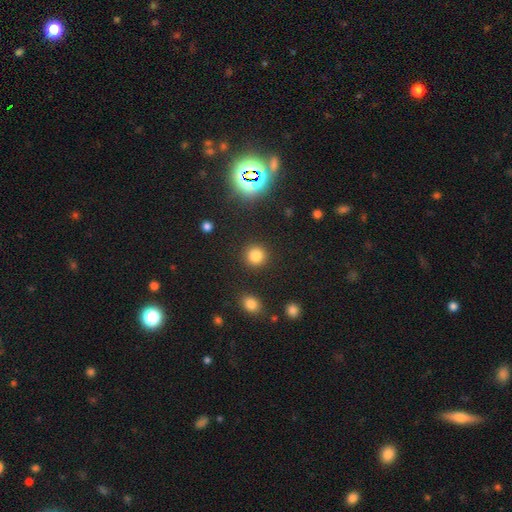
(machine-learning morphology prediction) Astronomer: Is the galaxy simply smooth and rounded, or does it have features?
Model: smooth — 81%.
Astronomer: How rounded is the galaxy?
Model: round — 92%.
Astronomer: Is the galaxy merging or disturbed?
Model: none — 90%.